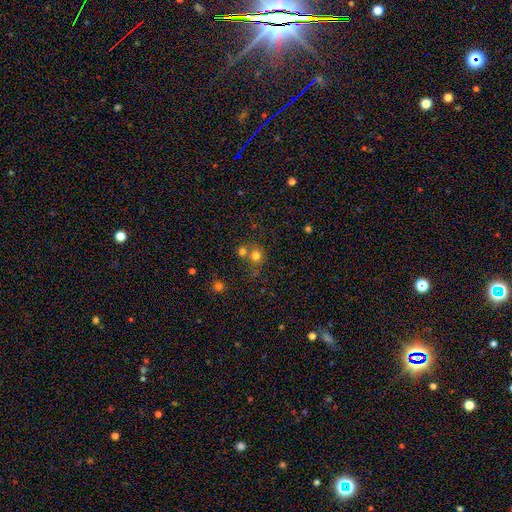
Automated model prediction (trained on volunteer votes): A smooth galaxy with no disk features (76%) that is round (86%). Merging: none (51%).